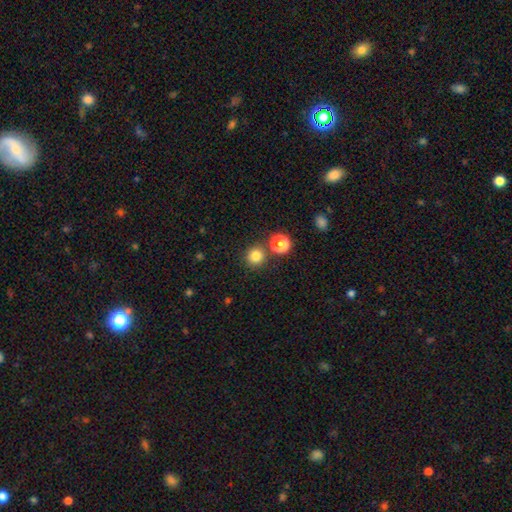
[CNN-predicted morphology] A smooth galaxy with no disk features (81%) that is round (93%). Merging: none (82%).